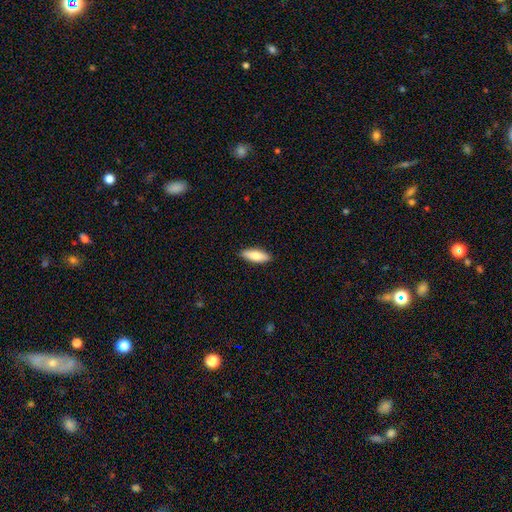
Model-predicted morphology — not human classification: Smooth or featured? Predicted: smooth (p=0.79). How rounded? Predicted: in between (p=0.63). Merging? Predicted: none (p=0.90).